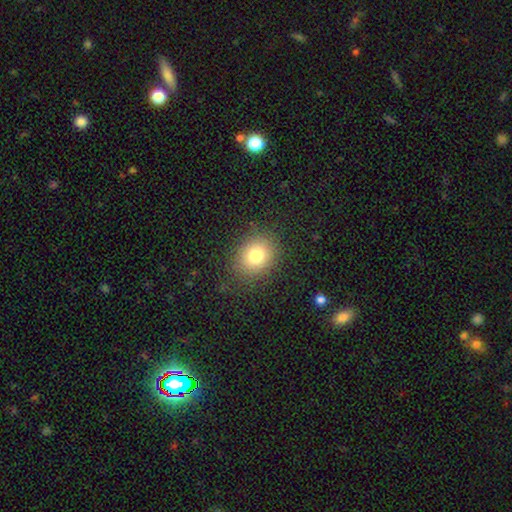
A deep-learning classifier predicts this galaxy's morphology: A smooth galaxy with no disk features (78%) that is round (63%).

Vote fractions:
- Smooth or featured? smooth: 78% / star or artifact: 13% / featured or disk: 10%
- How rounded? round: 63% / in between: 36% / cigar-shaped: 1%
- Merging? none: 84% / minor disturbance: 10% / major disturbance: 5% / merger: 1%